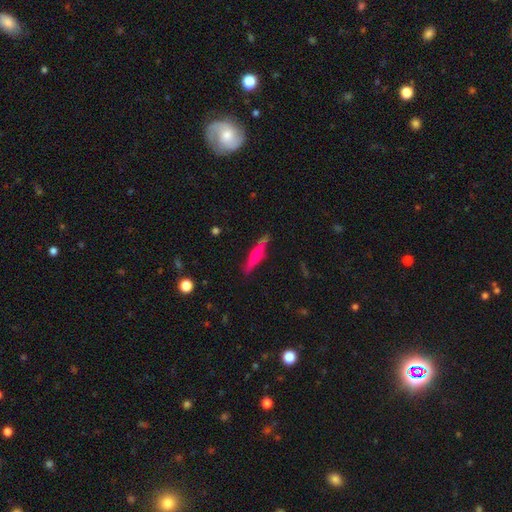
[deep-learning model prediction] Smooth or featured? Predicted: featured or disk (p=0.50). Edge-on disk? Predicted: yes (p=0.95). Merging? Predicted: none (p=0.82).